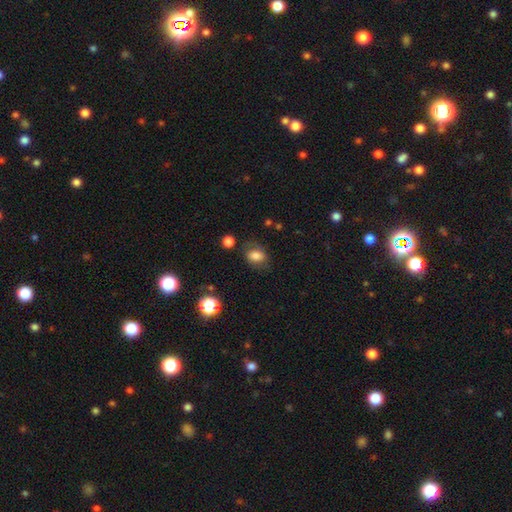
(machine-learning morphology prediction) A smooth galaxy with no disk features (75%) that is in between round and cigar-shaped (72%). Merging: none (70%).